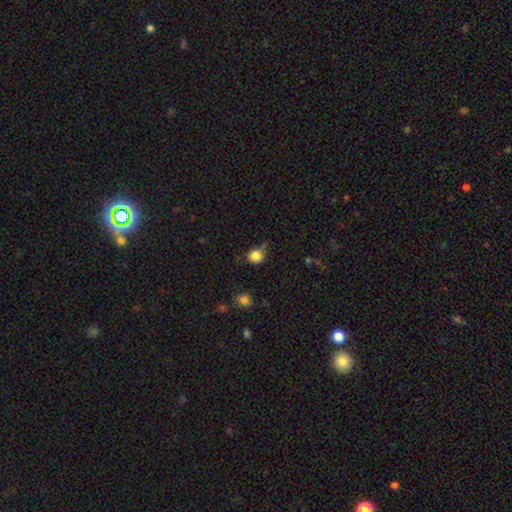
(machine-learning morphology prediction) Smooth or featured? smooth (83%)
How rounded? round (86%)
Merging? none (62%)